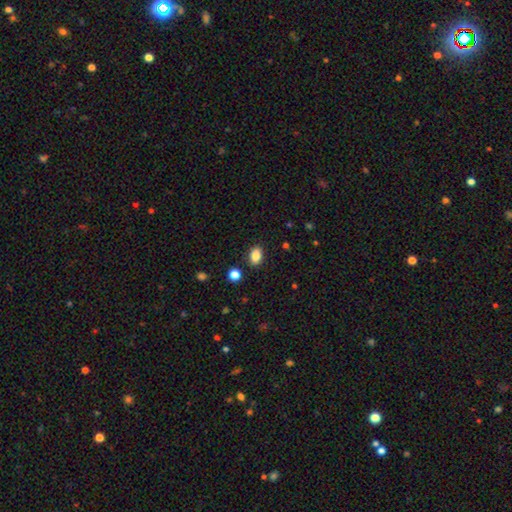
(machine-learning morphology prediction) Smooth or featured: smooth — 86% (star or artifact — 9%)
How rounded: in between — 85% (round — 13%)
Merging: none — 87% (minor disturbance — 8%)